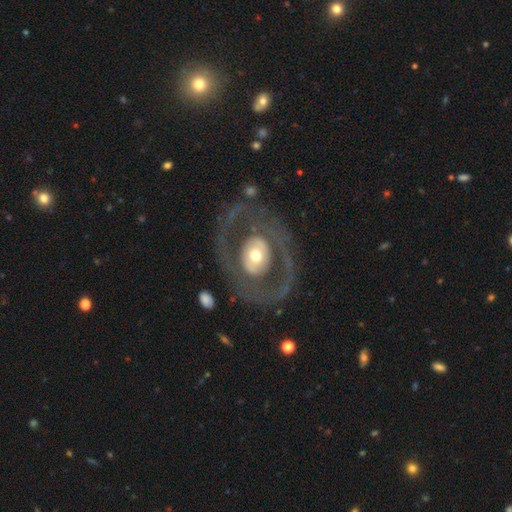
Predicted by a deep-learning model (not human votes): Morphology: type=featured or disk (68%); edge-on=no (94%); bar=no (71%); spiral arms=no (68%); bulge=moderate (63%); merging=none (71%).